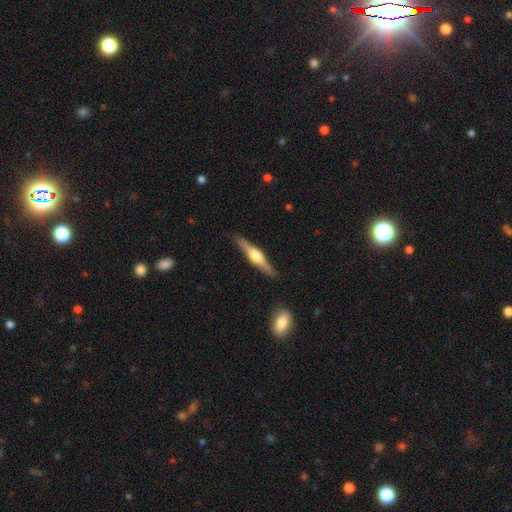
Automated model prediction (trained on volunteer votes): Q: Smooth or featured?
A: featured or disk (72%); runner-up: smooth (23%)
Q: Edge-on disk?
A: yes (98%); runner-up: no (2%)
Q: Edge-on bulge?
A: rounded (91%); runner-up: boxy (7%)
Q: Merging?
A: none (89%); runner-up: minor disturbance (8%)